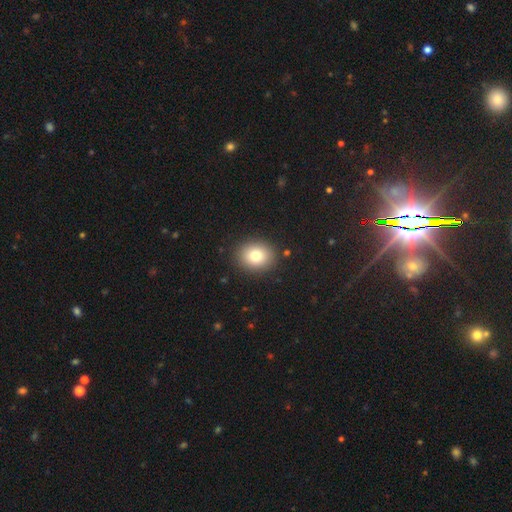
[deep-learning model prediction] The model was most divided on "how rounded": round: 63%, in between: 37%, cigar-shaped: 1%. More confident: merging — none (89%); smooth or featured — smooth (79%).